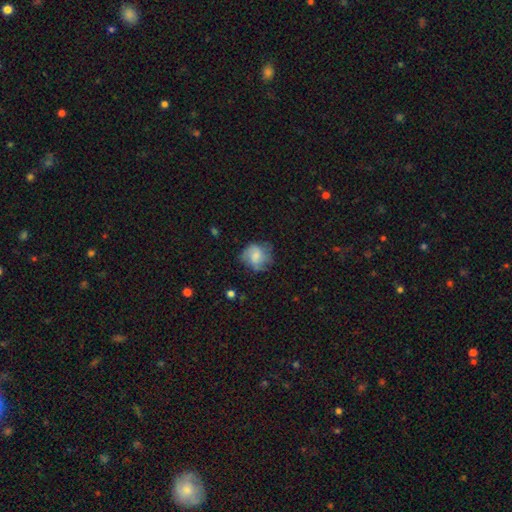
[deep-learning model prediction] Q: Smooth or featured?
A: smooth (57%); runner-up: featured or disk (35%)
Q: How rounded?
A: round (74%); runner-up: in between (25%)
Q: Merging?
A: none (59%); runner-up: minor disturbance (26%)